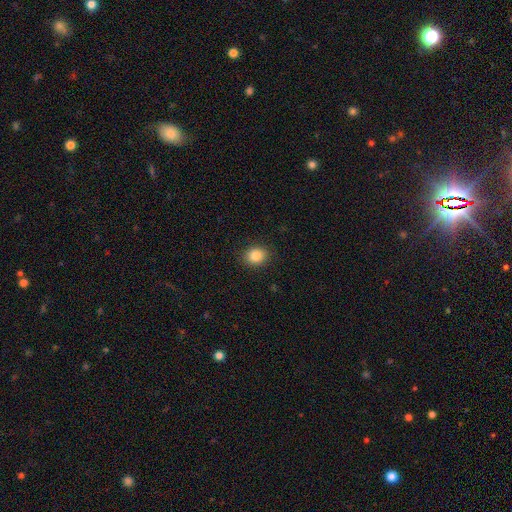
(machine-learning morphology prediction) Smooth or featured: smooth — 84% (star or artifact — 10%)
How rounded: round — 59% (in between — 40%)
Merging: none — 89% (minor disturbance — 8%)